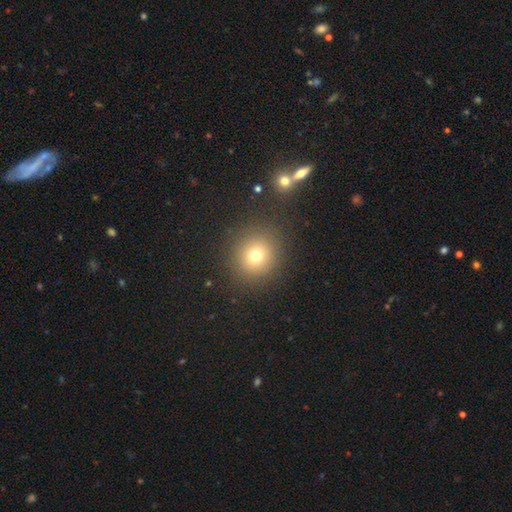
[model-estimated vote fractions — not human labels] The model was most divided on "smooth or featured": smooth: 73%, star or artifact: 18%, featured or disk: 10%. More confident: how rounded — round (88%); merging — none (86%).